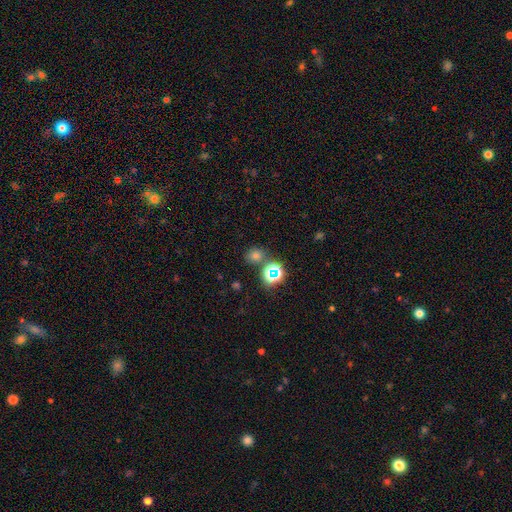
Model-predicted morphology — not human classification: A smooth galaxy with no disk features (61%) that is round (72%). Merging: none (75%).